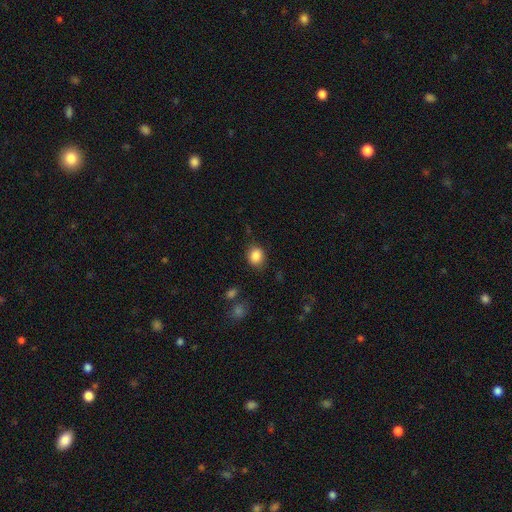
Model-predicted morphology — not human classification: This appears to be a smooth galaxy with no disk features (85%) that is round (65%). Merging: none (81%).